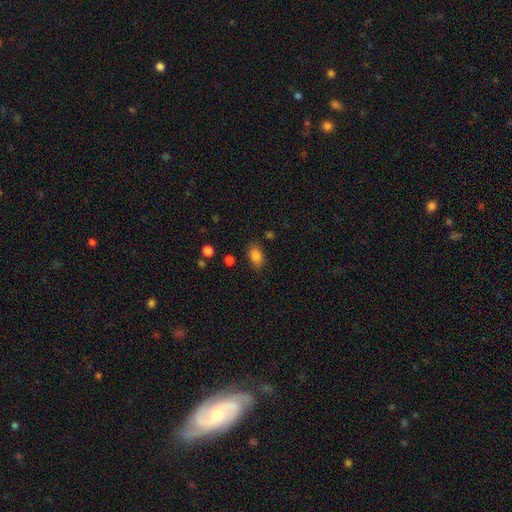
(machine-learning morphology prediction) smooth_or_featured: smooth (p=0.85) [alt: star or artifact p=0.10]
how_rounded: in between (p=0.86) [alt: round p=0.12]
merging: none (p=0.79) [alt: minor disturbance p=0.15]